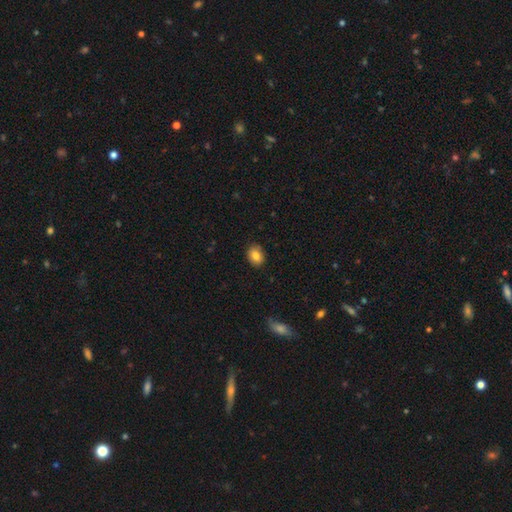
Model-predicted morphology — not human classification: Q: Smooth or featured?
A: smooth (82%); runner-up: featured or disk (9%)
Q: How rounded?
A: in between (57%); runner-up: round (42%)
Q: Merging?
A: none (86%); runner-up: minor disturbance (11%)